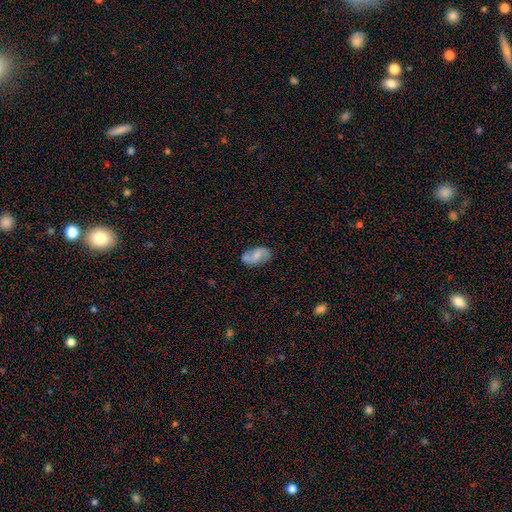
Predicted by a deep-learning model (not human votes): Overall: featured or disk (55%; smooth 37%). Edge-on disk: no (97%). Bar: weak (46%; no 43%). Spiral arms: yes (90%). Bulge size: small (40%; moderate 32%). Merging: none (76%).